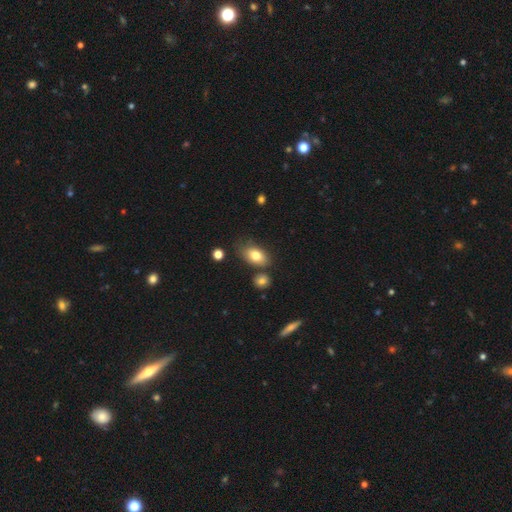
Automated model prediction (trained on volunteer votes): The model was most divided on "merging": none: 63%, minor disturbance: 21%, merger: 10%, major disturbance: 6%. More confident: how rounded — in between (89%); smooth or featured — smooth (79%).